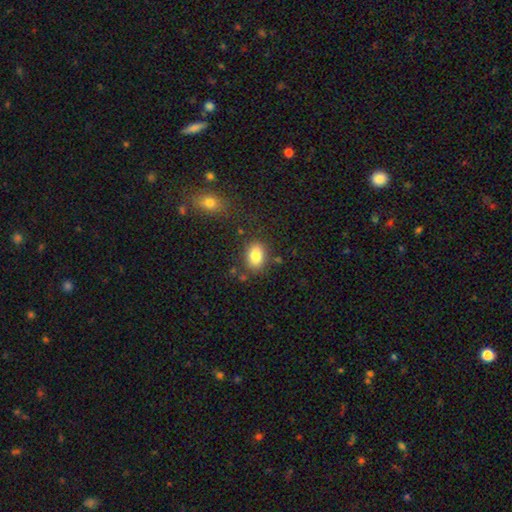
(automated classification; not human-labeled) This is clearly a smooth galaxy (84%). How rounded: likely in between (77%). Merging: clearly none (80%).